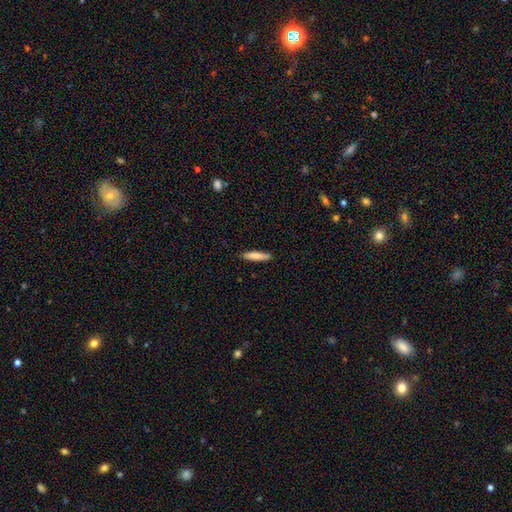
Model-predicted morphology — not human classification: The model was most divided on "how rounded": cigar-shaped: 83%, in between: 15%, round: 1%. More confident: merging — none (88%); smooth or featured — smooth (83%).